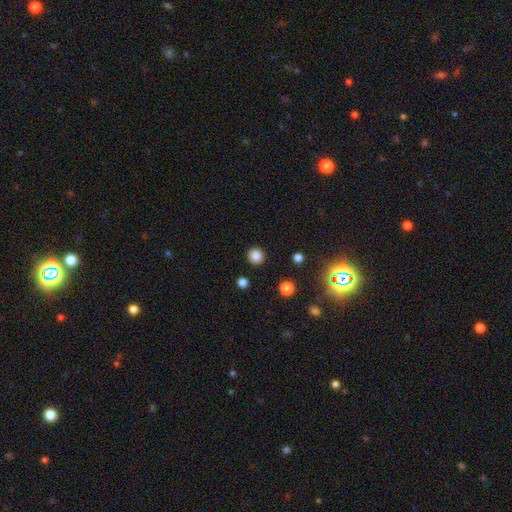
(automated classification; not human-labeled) smooth_or_featured: smooth (p=0.83) [alt: star or artifact p=0.12]
how_rounded: round (p=0.93) [alt: in between p=0.06]
merging: none (p=0.91) [alt: minor disturbance p=0.05]